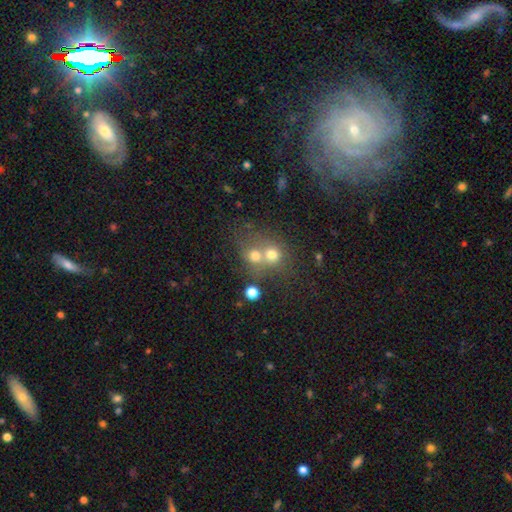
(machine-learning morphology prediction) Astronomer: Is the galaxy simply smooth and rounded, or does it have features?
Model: smooth — 40% (runner-up: featured or disk, 34%).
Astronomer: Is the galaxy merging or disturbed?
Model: none — 45% (runner-up: merger, 37%).